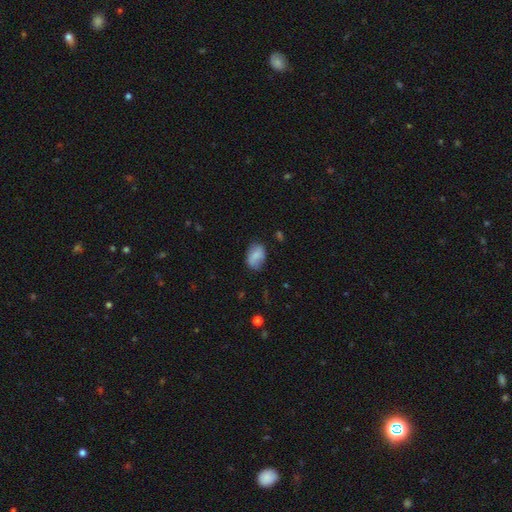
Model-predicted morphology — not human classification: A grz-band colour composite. It shows a smooth galaxy with no disk features (75%) that is in between round and cigar-shaped (81%). Merging: none (67%).